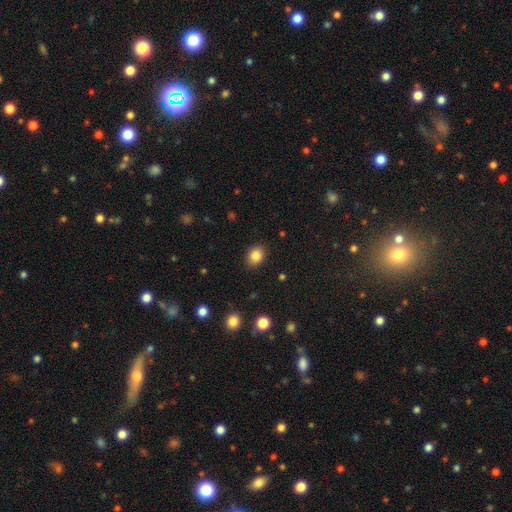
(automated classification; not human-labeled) A smooth galaxy with no disk features (85%) that is in between round and cigar-shaped (50%). Merging: none (87%).